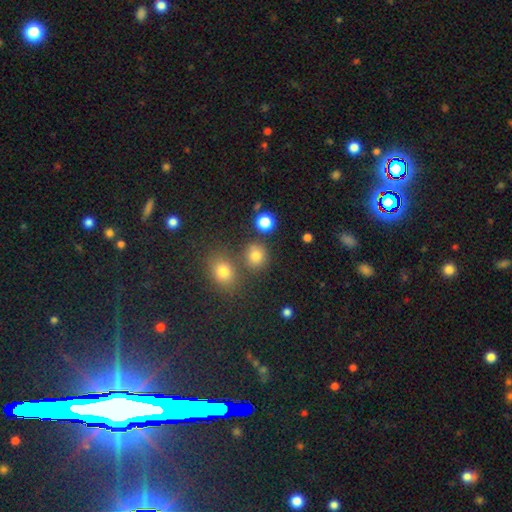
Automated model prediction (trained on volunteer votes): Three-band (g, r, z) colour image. It shows a smooth galaxy with no disk features (77%) that is round (80%). Merging: none (72%).